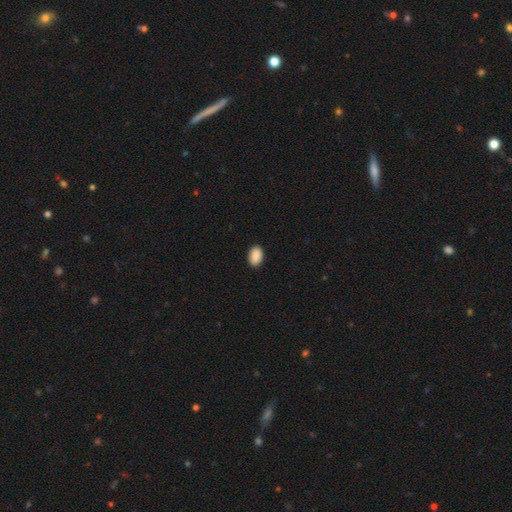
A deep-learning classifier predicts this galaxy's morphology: Overall: smooth (91%). How rounded: in between (90%). Merging: none (90%).